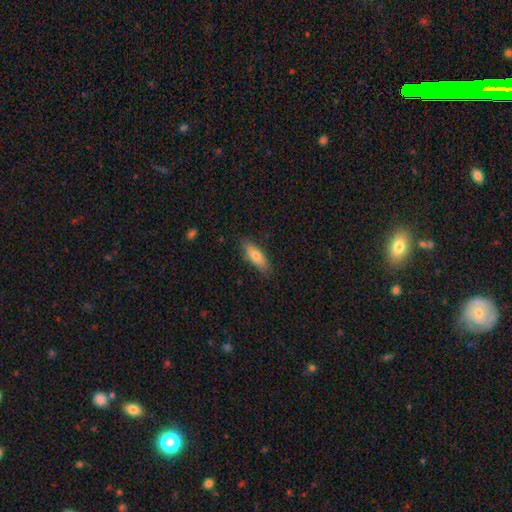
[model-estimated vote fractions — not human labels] Smooth or featured: smooth — 73% (featured or disk — 20%)
How rounded: in between — 61% (cigar-shaped — 36%)
Merging: none — 84% (minor disturbance — 13%)